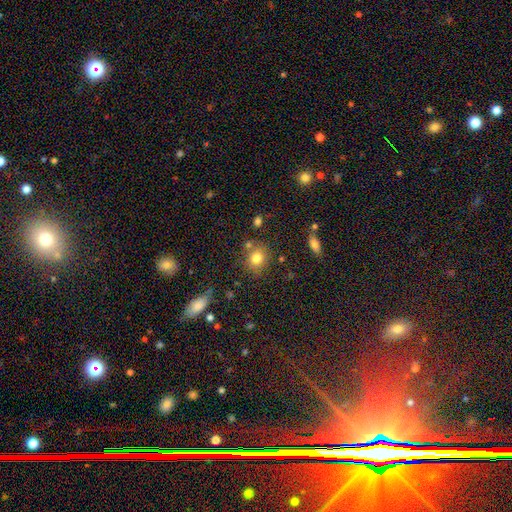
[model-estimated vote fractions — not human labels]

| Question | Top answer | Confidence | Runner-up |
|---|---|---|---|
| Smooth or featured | smooth | 77% | star or artifact (13%) |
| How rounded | round | 70% | in between (28%) |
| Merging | none | 76% | minor disturbance (12%) |